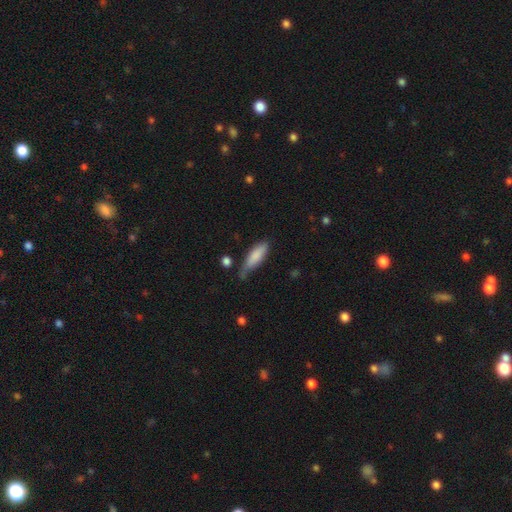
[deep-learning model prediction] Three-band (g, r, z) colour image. It shows a smooth galaxy with no disk features (82%) that is in between round and cigar-shaped (55%). Merging: none (50%).